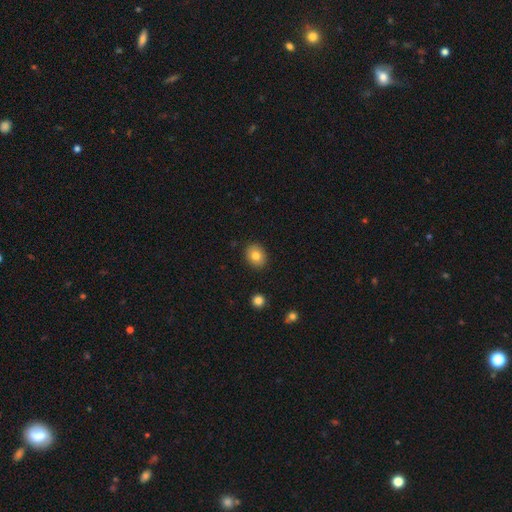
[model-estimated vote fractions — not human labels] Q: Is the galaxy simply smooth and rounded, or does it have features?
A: smooth — 80%.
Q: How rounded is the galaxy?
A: round — 56%.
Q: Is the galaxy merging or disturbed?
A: none — 89%.